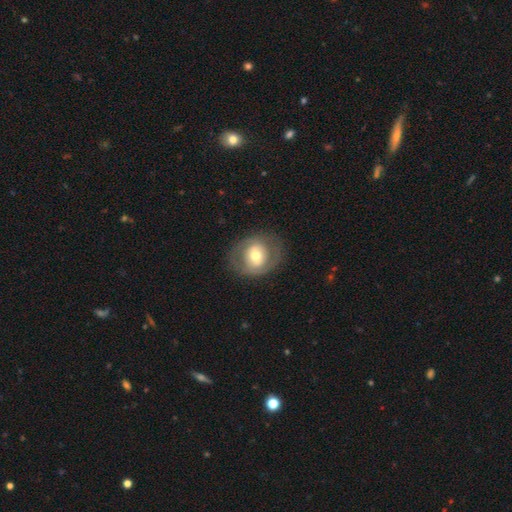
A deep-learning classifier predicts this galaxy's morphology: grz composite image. It shows a featured or disk galaxy (48%). Merging: none (78%).